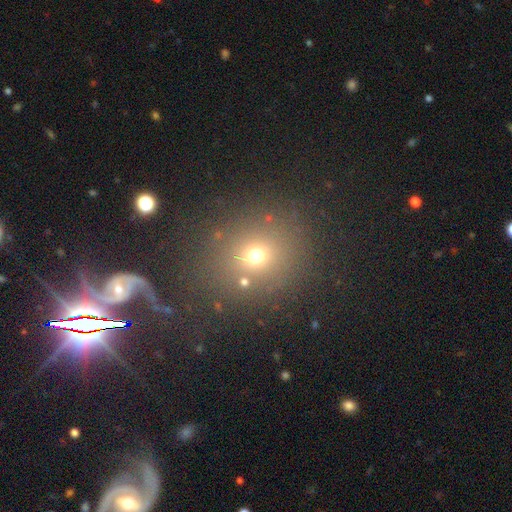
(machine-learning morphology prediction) Overall: smooth (64%; star or artifact 25%). How rounded: round (75%). Merging: none (79%).